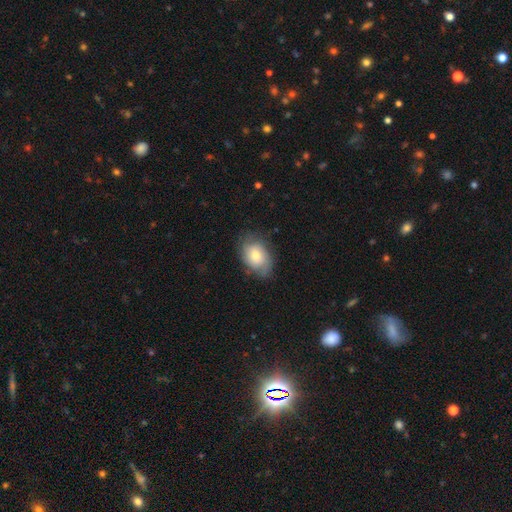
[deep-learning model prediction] smooth 52%, featured or disk 40%, star or artifact 8%. Down the decision tree: how rounded — in between (76%); merging — none (70%).